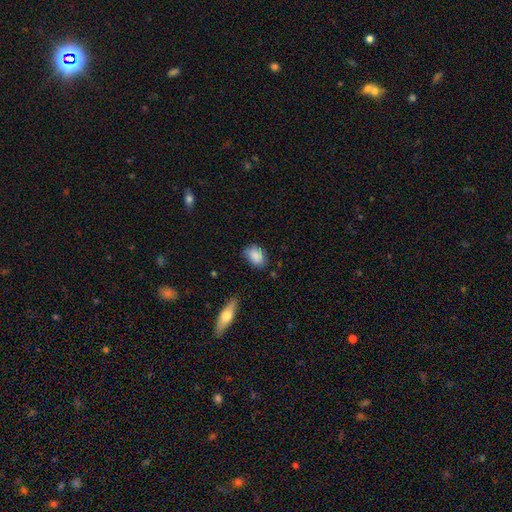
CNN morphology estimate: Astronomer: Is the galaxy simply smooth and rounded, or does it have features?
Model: smooth — 86%.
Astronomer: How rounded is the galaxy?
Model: in between — 78%.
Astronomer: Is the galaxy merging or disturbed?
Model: none — 69%.